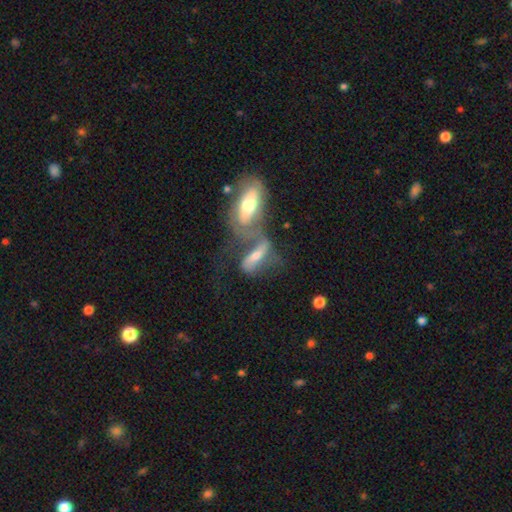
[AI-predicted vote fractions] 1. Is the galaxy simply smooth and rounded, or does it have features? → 57% featured or disk, 34% smooth, 9% star or artifact.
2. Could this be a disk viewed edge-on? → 74% no, 26% yes.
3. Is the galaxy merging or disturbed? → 68% merger, 14% none, 11% major disturbance, 7% minor disturbance.